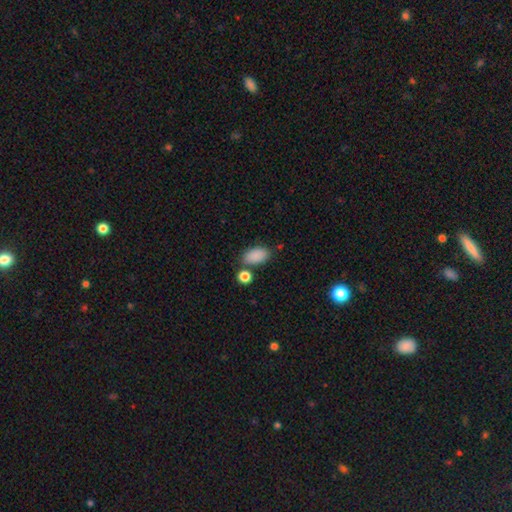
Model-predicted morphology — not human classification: Smooth or featured? smooth (88%)
How rounded? in between (91%)
Merging? none (73%)